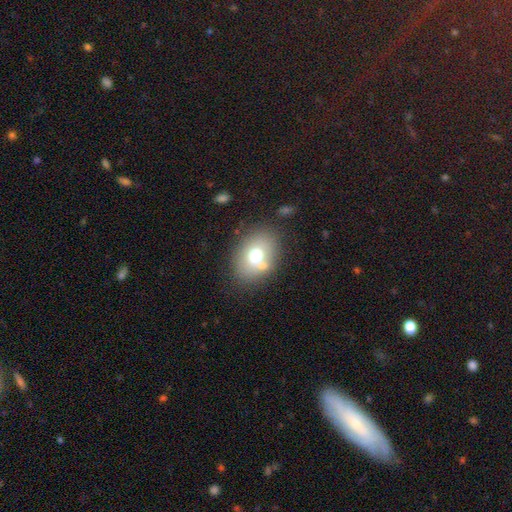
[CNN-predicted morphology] smooth-or-featured: smooth: 68% | featured or disk: 20% | star or artifact: 12%
  how-rounded: in between: 64% | round: 35% | cigar-shaped: 1%
  merging: none: 70% | minor disturbance: 13% | merger: 12% | major disturbance: 5%